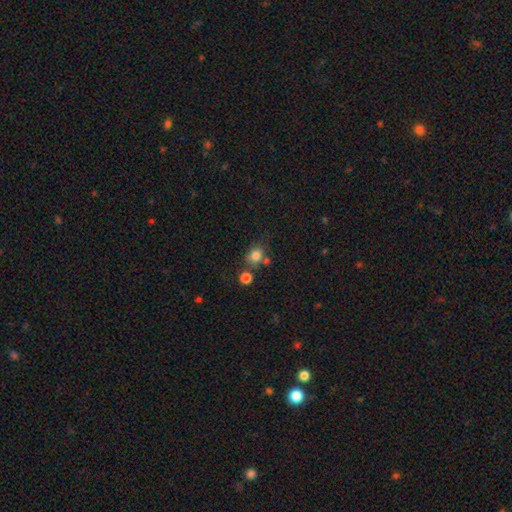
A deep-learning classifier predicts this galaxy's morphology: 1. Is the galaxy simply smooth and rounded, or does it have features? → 80% smooth, 13% star or artifact, 7% featured or disk.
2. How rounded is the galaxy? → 67% round, 32% in between, 1% cigar-shaped.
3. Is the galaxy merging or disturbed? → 63% none, 17% merger, 15% minor disturbance, 5% major disturbance.